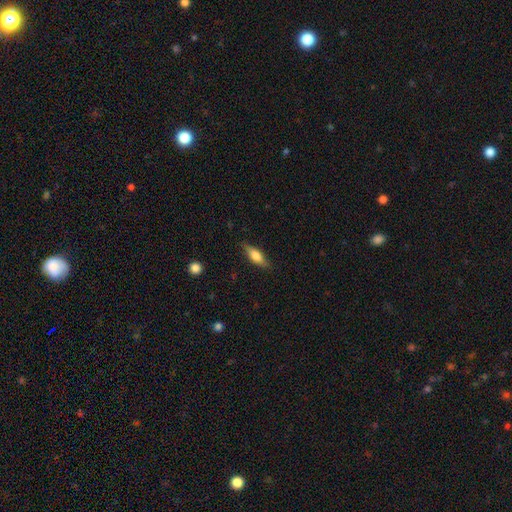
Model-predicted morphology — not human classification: Overall: smooth (61%; featured or disk 33%). How rounded: in between (55%; cigar-shaped 41%). Merging: none (82%).